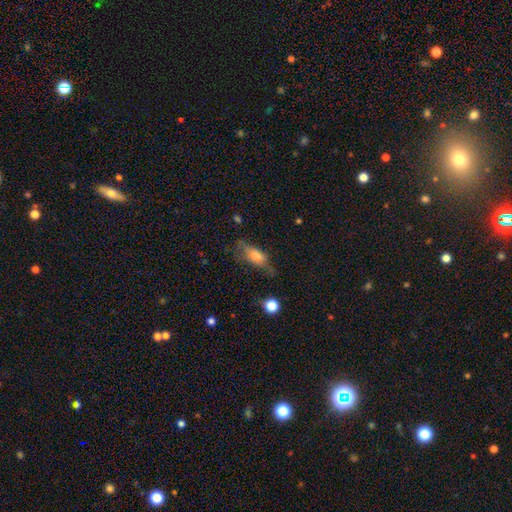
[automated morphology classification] type=smooth (55%); roundness=in between (68%); merging=none (50%).